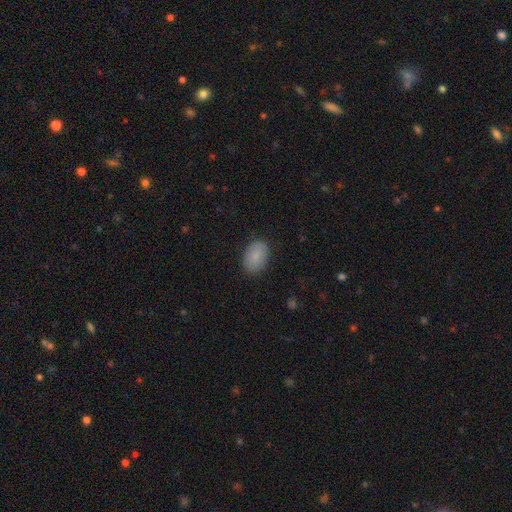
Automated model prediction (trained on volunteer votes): This appears to be a smooth galaxy with no disk features (88%) that is in between round and cigar-shaped (89%). Merging: none (86%).